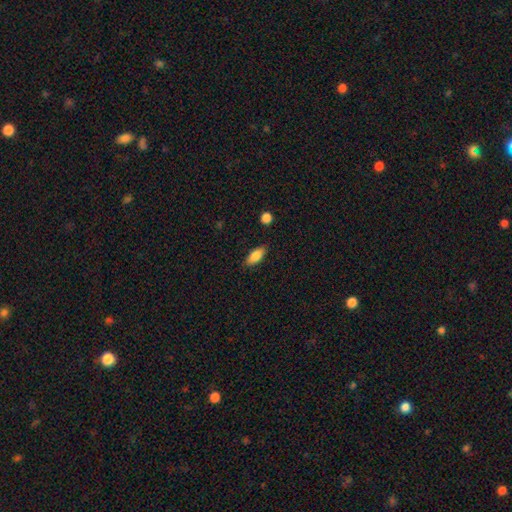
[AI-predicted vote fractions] This appears to be a smooth galaxy with no disk features (81%) that is in between round and cigar-shaped (80%). Merging: none (85%).